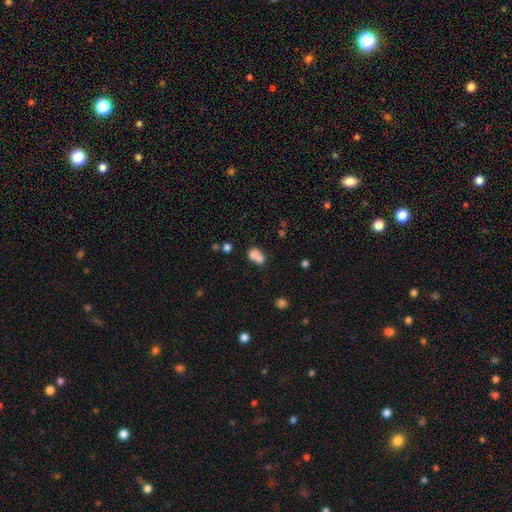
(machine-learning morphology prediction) Smooth or featured? Predicted: smooth (p=0.73). How rounded? Predicted: round (p=0.55). Merging? Predicted: merger (p=0.65).